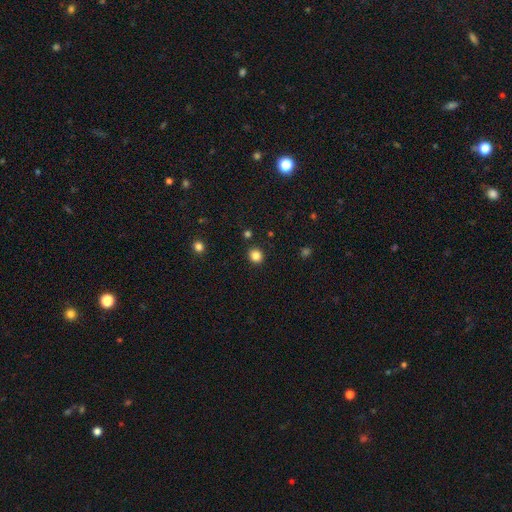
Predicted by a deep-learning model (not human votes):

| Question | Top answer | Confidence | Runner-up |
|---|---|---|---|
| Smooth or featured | smooth | 84% | star or artifact (12%) |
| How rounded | round | 80% | in between (19%) |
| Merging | none | 89% | minor disturbance (6%) |